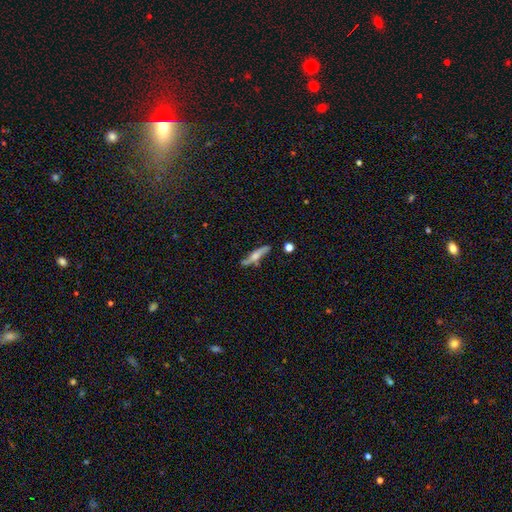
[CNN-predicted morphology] type=featured or disk (48%); merging=none (67%).